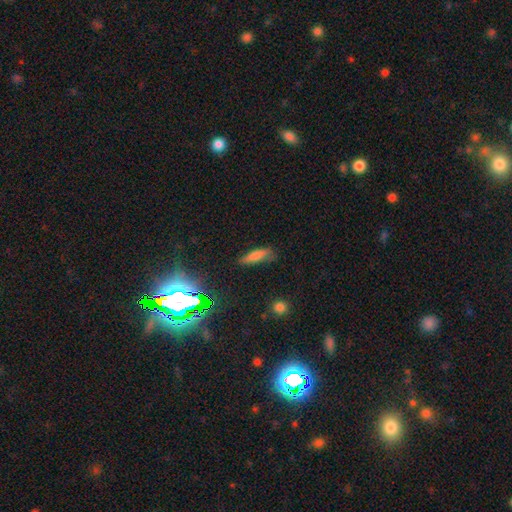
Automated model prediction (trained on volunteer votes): smooth_or_featured: smooth (p=0.72) [alt: featured or disk p=0.15]
how_rounded: cigar-shaped (p=0.65) [alt: in between p=0.32]
merging: none (p=0.69) [alt: minor disturbance p=0.23]